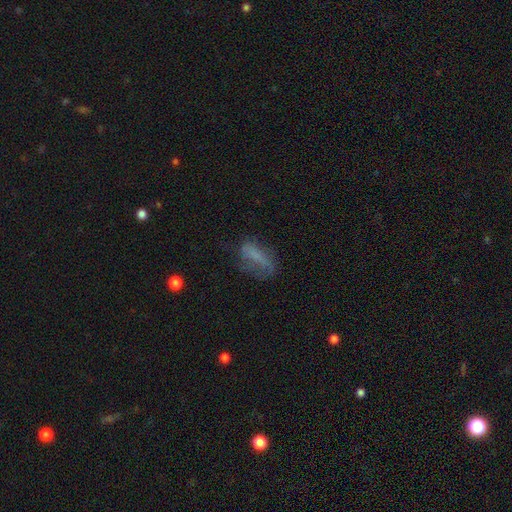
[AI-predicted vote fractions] smooth-or-featured: smooth: 60% | featured or disk: 27% | star or artifact: 13%
  how-rounded: in between: 60% | cigar-shaped: 36% | round: 4%
  merging: none: 44% | minor disturbance: 27% | major disturbance: 26% | merger: 3%